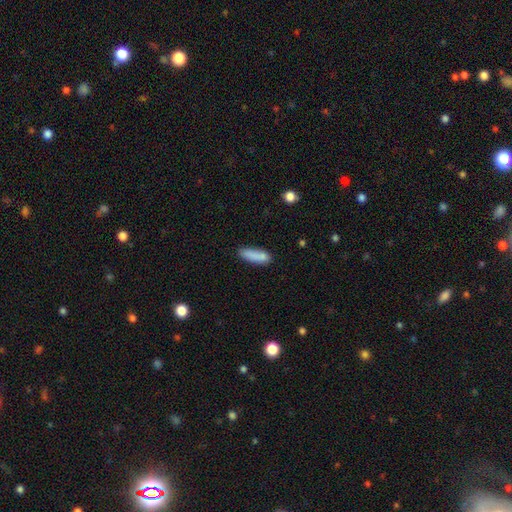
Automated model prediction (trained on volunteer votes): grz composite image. It shows a smooth galaxy with no disk features (84%) that is cigar-shaped (55%). Merging: none (71%).